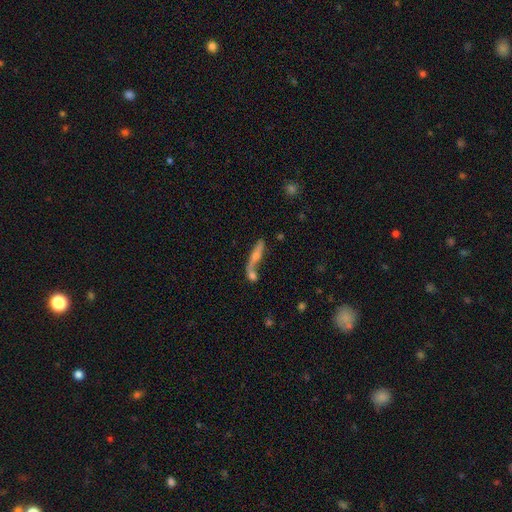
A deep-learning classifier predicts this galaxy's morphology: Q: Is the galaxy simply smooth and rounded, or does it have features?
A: featured or disk — 56%.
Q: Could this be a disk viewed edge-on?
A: yes — 76%.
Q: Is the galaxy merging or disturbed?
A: none — 42%.